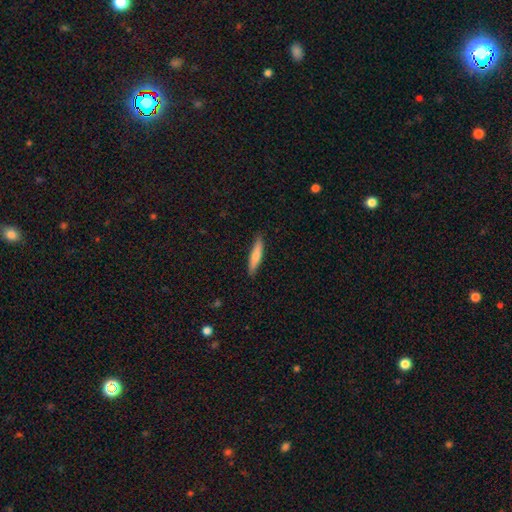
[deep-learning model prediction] Smooth or featured: smooth — 74% (featured or disk — 21%)
How rounded: cigar-shaped — 86% (in between — 13%)
Merging: none — 88% (minor disturbance — 9%)